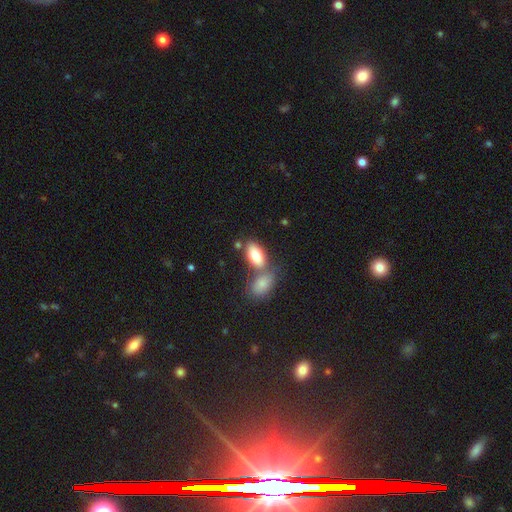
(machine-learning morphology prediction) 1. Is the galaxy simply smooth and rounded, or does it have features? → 79% smooth, 14% featured or disk, 6% star or artifact.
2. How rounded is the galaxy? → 92% in between, 4% cigar-shaped, 4% round.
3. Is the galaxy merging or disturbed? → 49% none, 37% merger, 10% minor disturbance, 4% major disturbance.